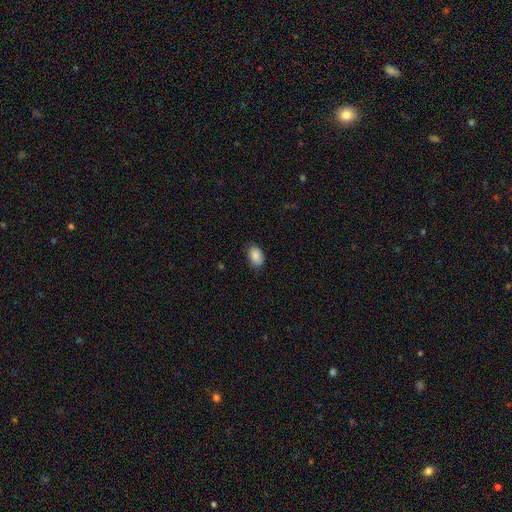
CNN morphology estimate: Smooth or featured? smooth (88%)
How rounded? in between (86%)
Merging? none (82%)